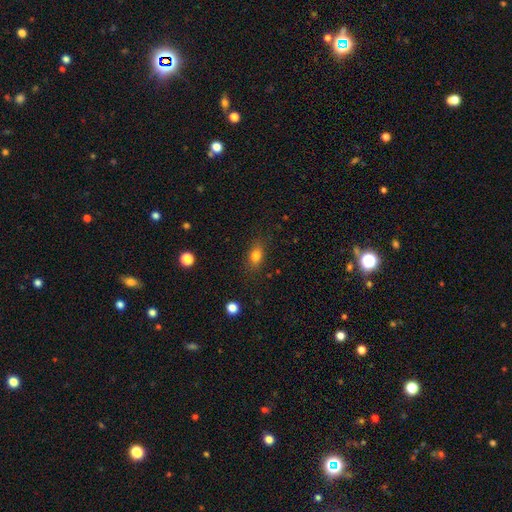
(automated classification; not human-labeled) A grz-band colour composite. It shows a smooth galaxy with no disk features (80%) that is in between round and cigar-shaped (74%). Merging: none (82%).